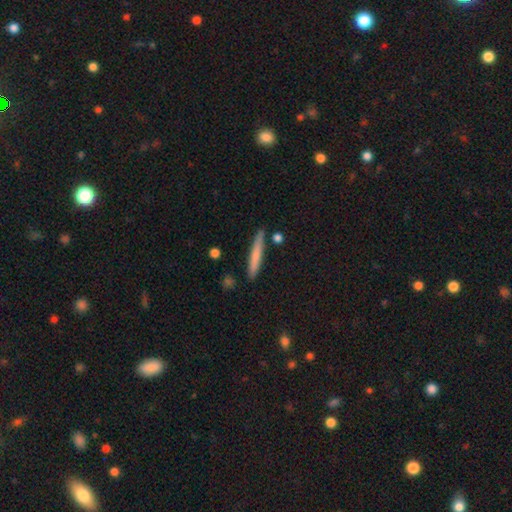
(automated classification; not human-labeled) Q: Smooth or featured?
A: smooth (70%); runner-up: featured or disk (25%)
Q: How rounded?
A: cigar-shaped (95%); runner-up: in between (4%)
Q: Merging?
A: none (85%); runner-up: minor disturbance (10%)